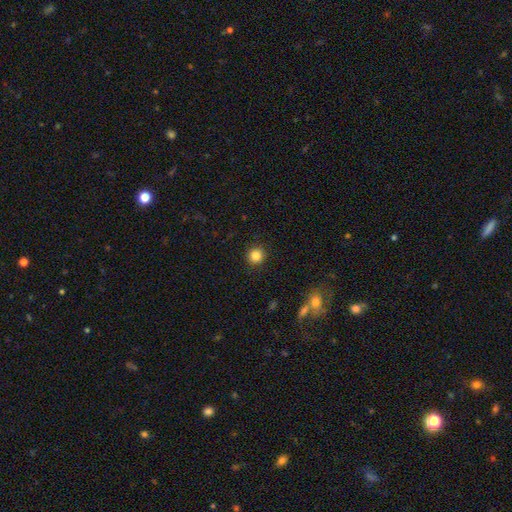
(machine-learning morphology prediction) Smooth or featured? Predicted: smooth (p=0.84). How rounded? Predicted: round (p=0.93). Merging? Predicted: none (p=0.92).